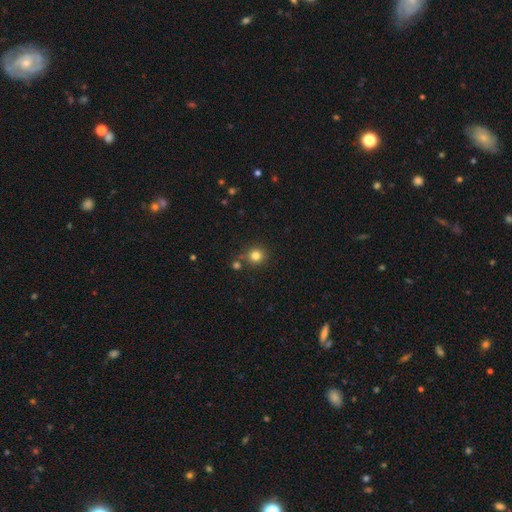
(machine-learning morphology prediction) smooth-or-featured: smooth: 81% | star or artifact: 13% | featured or disk: 6%
  how-rounded: round: 90% | in between: 9% | cigar-shaped: 1%
  merging: none: 74% | merger: 12% | minor disturbance: 10% | major disturbance: 3%